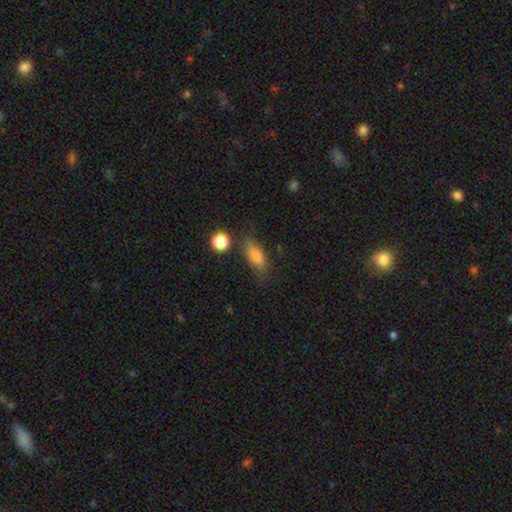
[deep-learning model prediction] smooth-or-featured: smooth: 81% | featured or disk: 10% | star or artifact: 9%
  how-rounded: in between: 77% | cigar-shaped: 15% | round: 7%
  merging: none: 68% | minor disturbance: 20% | major disturbance: 7% | merger: 4%